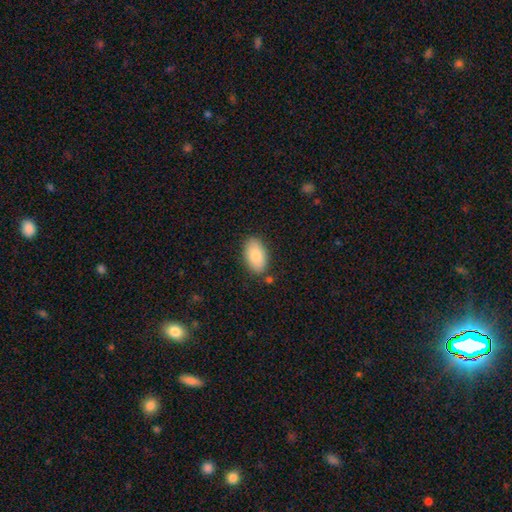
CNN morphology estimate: The model was most divided on "merging": none: 83%, minor disturbance: 12%, merger: 3%, major disturbance: 3%. More confident: how rounded — in between (94%); smooth or featured — smooth (84%).